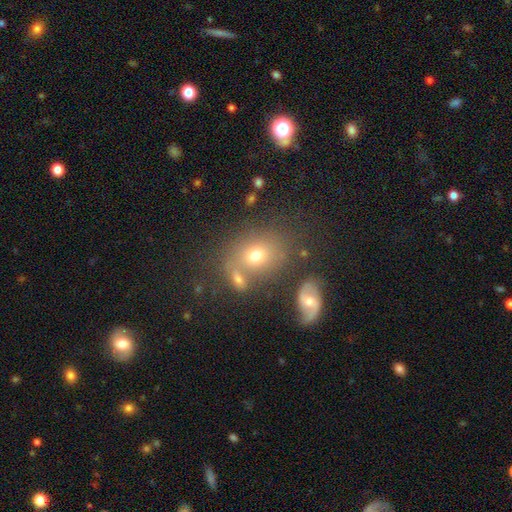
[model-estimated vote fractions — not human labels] smooth-or-featured: smooth: 64% | featured or disk: 21% | star or artifact: 15%
  how-rounded: in between: 50% | round: 49% | cigar-shaped: 1%
  merging: none: 61% | merger: 18% | minor disturbance: 14% | major disturbance: 7%